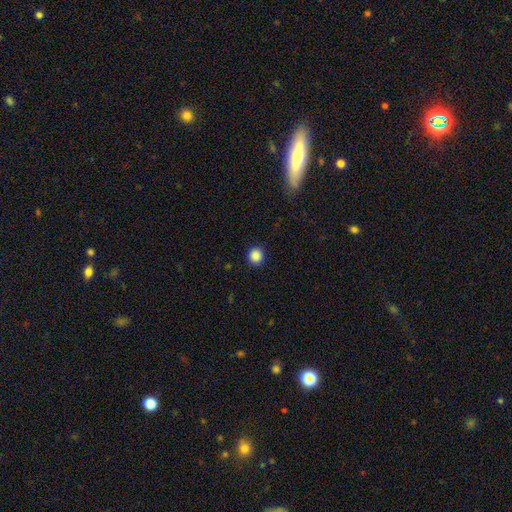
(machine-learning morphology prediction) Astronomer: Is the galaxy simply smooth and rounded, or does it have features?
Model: smooth — 88%.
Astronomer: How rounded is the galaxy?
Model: round — 91%.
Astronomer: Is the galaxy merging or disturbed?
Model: none — 92%.